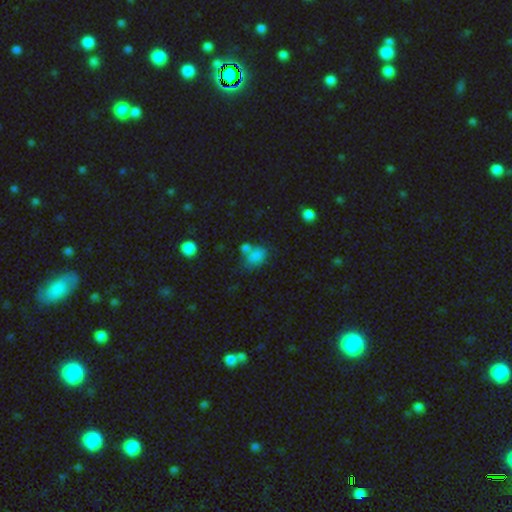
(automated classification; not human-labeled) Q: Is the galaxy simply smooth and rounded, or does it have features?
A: smooth — 79%.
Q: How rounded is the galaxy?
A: in between — 68%.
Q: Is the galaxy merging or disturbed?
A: none — 43%.